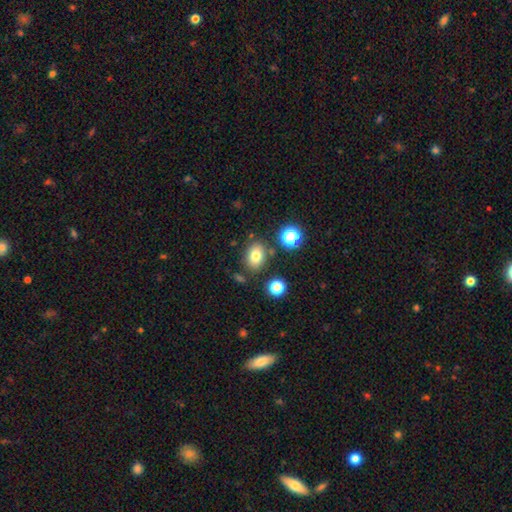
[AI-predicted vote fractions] A smooth galaxy with no disk features (78%) that is in between round and cigar-shaped (69%). Merging: none (79%).